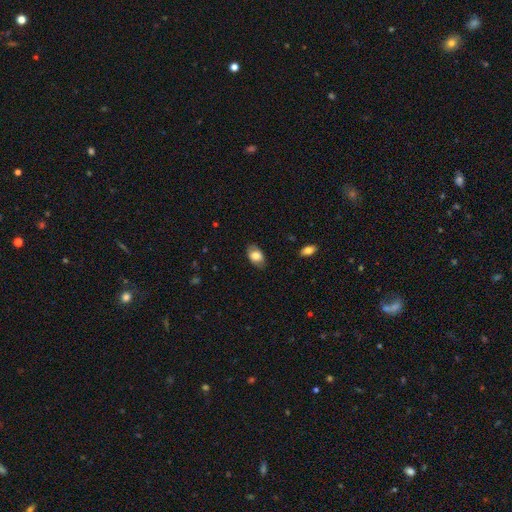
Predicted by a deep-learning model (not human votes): smooth_or_featured: smooth (p=0.78) [alt: featured or disk p=0.15]
how_rounded: in between (p=0.89) [alt: round p=0.09]
merging: none (p=0.81) [alt: minor disturbance p=0.15]